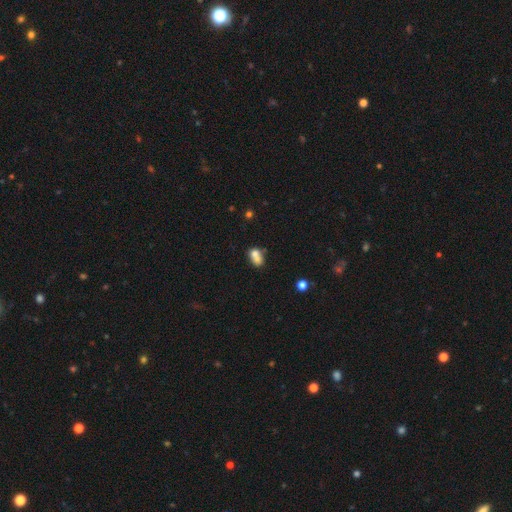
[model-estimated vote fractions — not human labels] Smooth or featured? smooth (69%)
How rounded? in between (59%)
Merging? merger (61%)